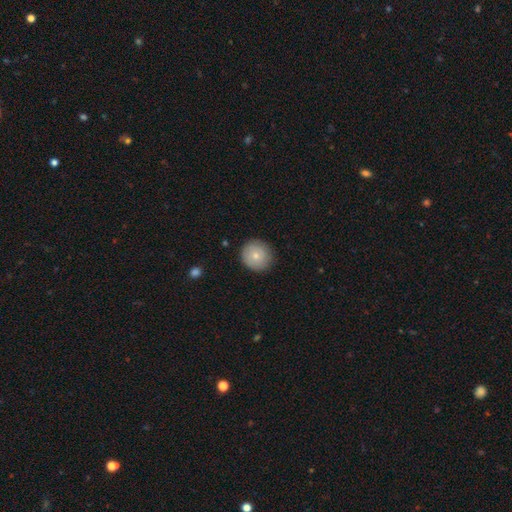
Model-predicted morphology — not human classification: Smooth or featured?
  - smooth: 72% *
  - featured or disk: 21%
  - star or artifact: 7%
How rounded?
  - round: 92% *
  - in between: 7%
  - cigar-shaped: 1%
Merging?
  - none: 87% *
  - minor disturbance: 10%
  - major disturbance: 2%
  - merger: 1%